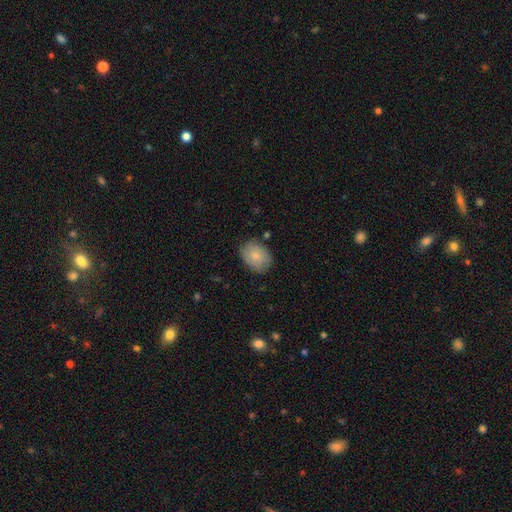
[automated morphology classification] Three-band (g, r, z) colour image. It shows a smooth galaxy with no disk features (78%) that is in between round and cigar-shaped (67%). Merging: none (79%).